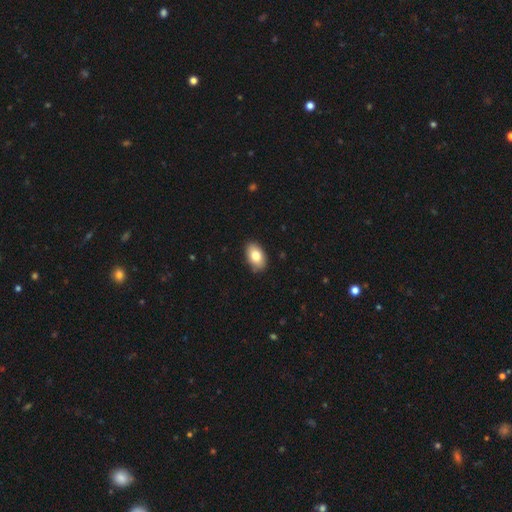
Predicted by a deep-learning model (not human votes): This appears to be a smooth galaxy with no disk features (80%) that is in between round and cigar-shaped (92%). Merging: none (86%).